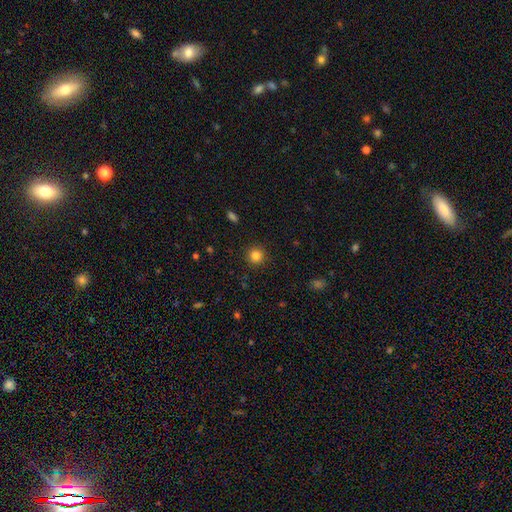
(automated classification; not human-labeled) smooth 84%, star or artifact 12%, featured or disk 5%. Down the decision tree: how rounded — round (94%); merging — none (91%).